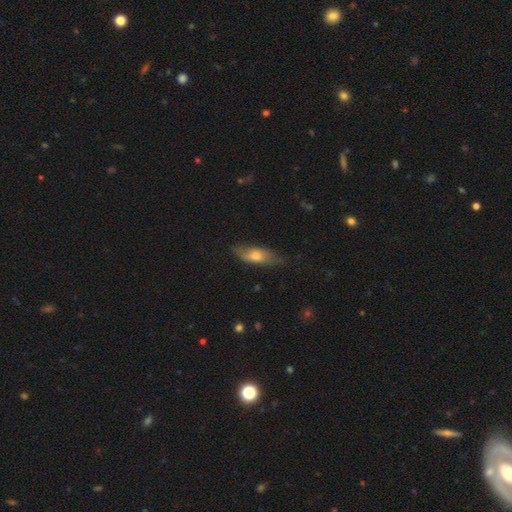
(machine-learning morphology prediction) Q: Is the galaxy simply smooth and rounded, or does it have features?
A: smooth — 60%.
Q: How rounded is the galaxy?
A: in between — 53%.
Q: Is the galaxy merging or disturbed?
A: none — 71%.